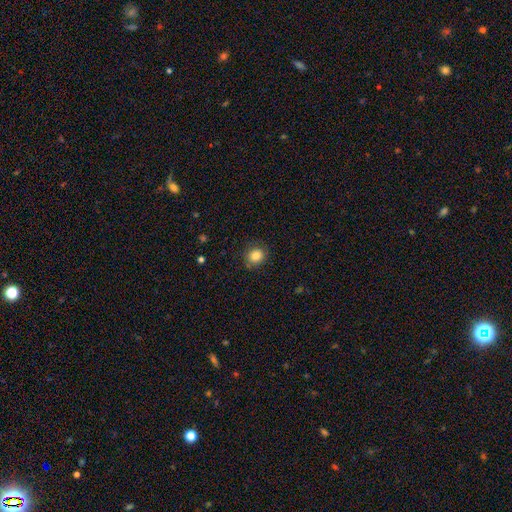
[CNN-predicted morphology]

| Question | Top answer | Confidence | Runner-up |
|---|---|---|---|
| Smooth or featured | smooth | 85% | star or artifact (10%) |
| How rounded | round | 80% | in between (20%) |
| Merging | none | 81% | minor disturbance (14%) |